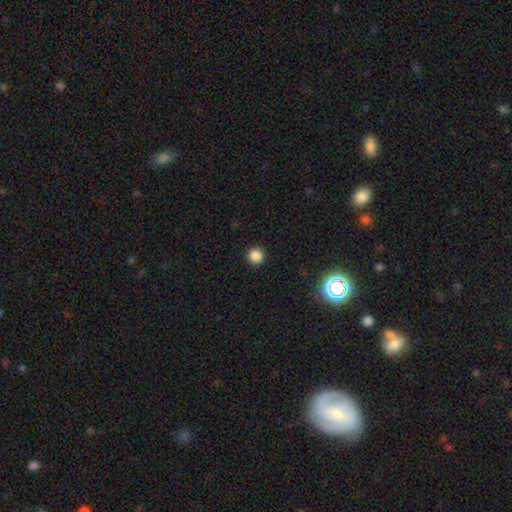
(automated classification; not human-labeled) This is clearly a smooth galaxy (84%). How rounded: clearly round (95%). Merging: clearly none (93%).